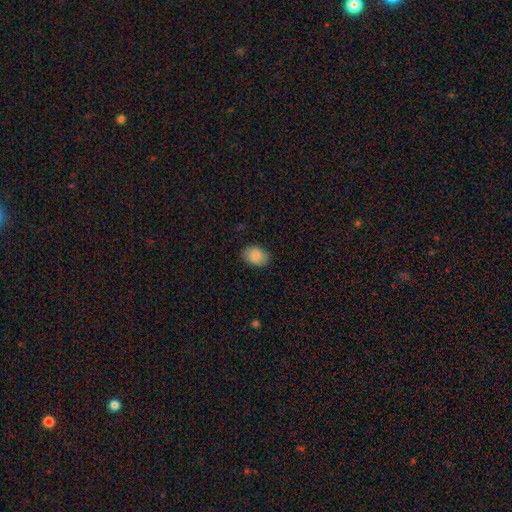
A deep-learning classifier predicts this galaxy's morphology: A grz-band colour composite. It shows a smooth galaxy with no disk features (86%) that is in between round and cigar-shaped (76%). Merging: none (83%).